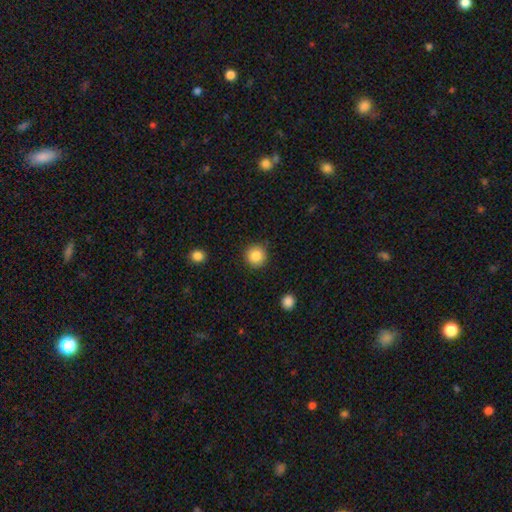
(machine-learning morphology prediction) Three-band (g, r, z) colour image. It shows a smooth galaxy with no disk features (87%) that is round (94%). Merging: none (88%).